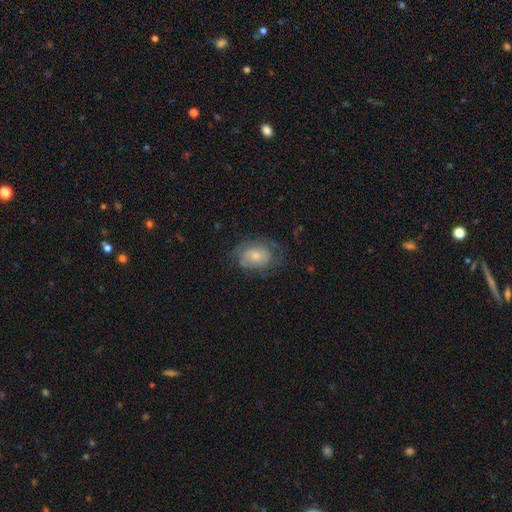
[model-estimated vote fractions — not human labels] smooth 53%, featured or disk 39%, star or artifact 8%. Down the decision tree: how rounded — in between (75%); merging — none (58%).